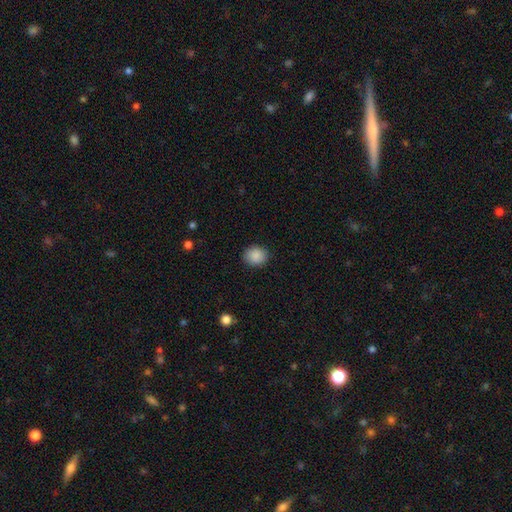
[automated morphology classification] The model was most divided on "how rounded": round: 68%, in between: 32%, cigar-shaped: 1%. More confident: smooth or featured — smooth (89%); merging — none (89%).